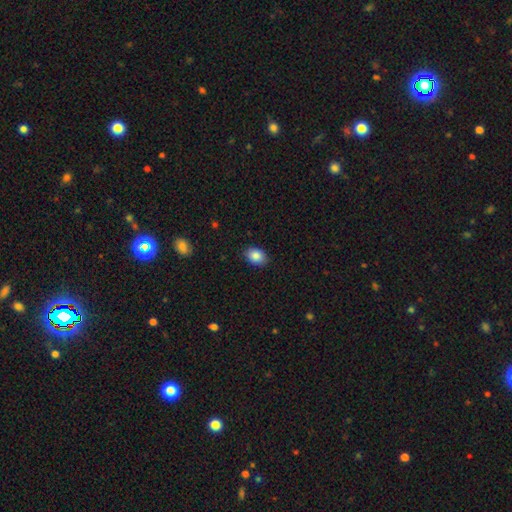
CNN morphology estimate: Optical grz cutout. It shows a smooth galaxy with no disk features (86%) that is in between round and cigar-shaped (74%). Merging: none (87%).